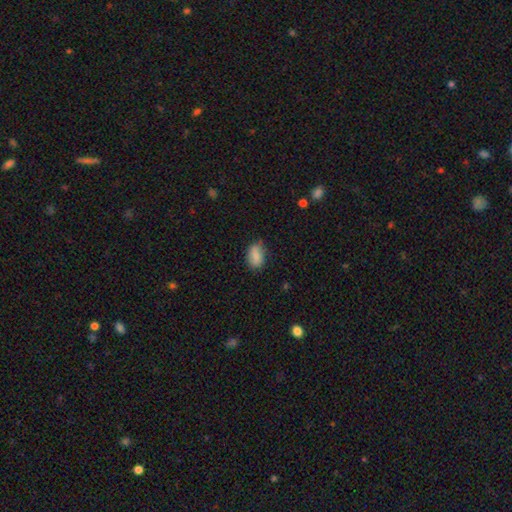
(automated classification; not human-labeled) Smooth or featured: smooth — 86% (star or artifact — 8%)
How rounded: in between — 88% (round — 9%)
Merging: none — 72% (minor disturbance — 22%)